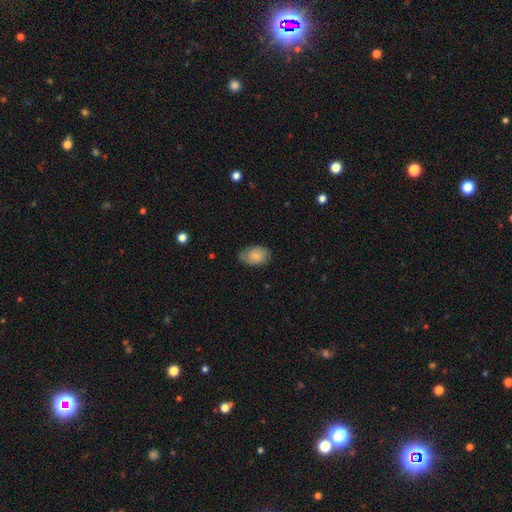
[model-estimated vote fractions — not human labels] Smooth or featured? smooth (78%)
How rounded? in between (86%)
Merging? none (67%)